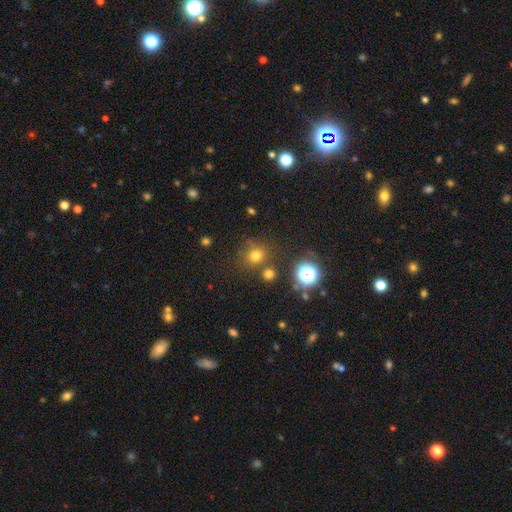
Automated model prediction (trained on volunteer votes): Q: Smooth or featured?
A: smooth (70%); runner-up: star or artifact (23%)
Q: How rounded?
A: round (85%); runner-up: in between (14%)
Q: Merging?
A: none (72%); runner-up: merger (11%)